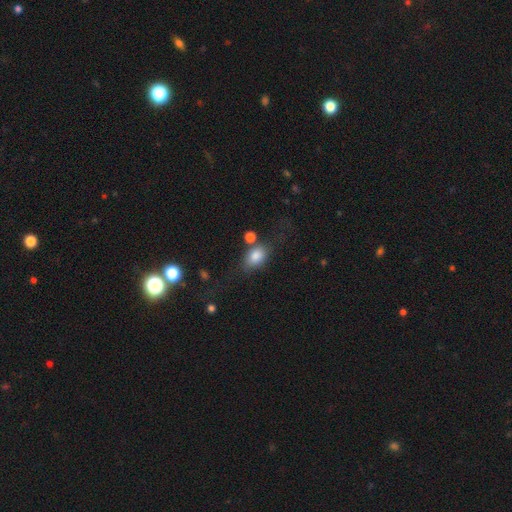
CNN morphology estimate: Smooth or featured?
  - smooth: 81% *
  - featured or disk: 9%
  - star or artifact: 9%
How rounded?
  - in between: 76% *
  - round: 22%
  - cigar-shaped: 2%
Merging?
  - none: 54% *
  - minor disturbance: 20%
  - major disturbance: 13%
  - merger: 13%